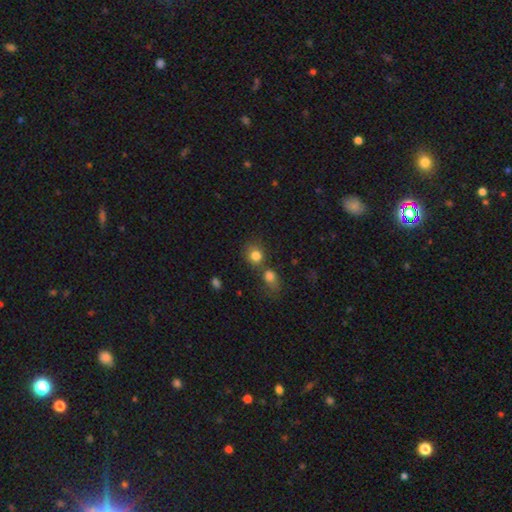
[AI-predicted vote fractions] smooth 81%, star or artifact 11%, featured or disk 8%. Down the decision tree: how rounded — round (75%); merging — none (50%).